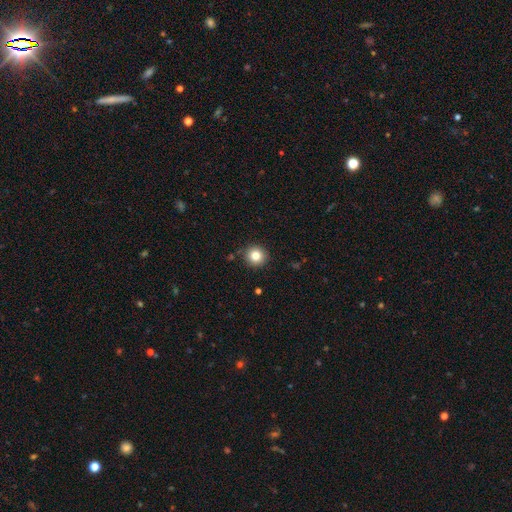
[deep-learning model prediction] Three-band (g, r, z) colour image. It shows a smooth galaxy with no disk features (81%) that is round (94%). Merging: none (90%).